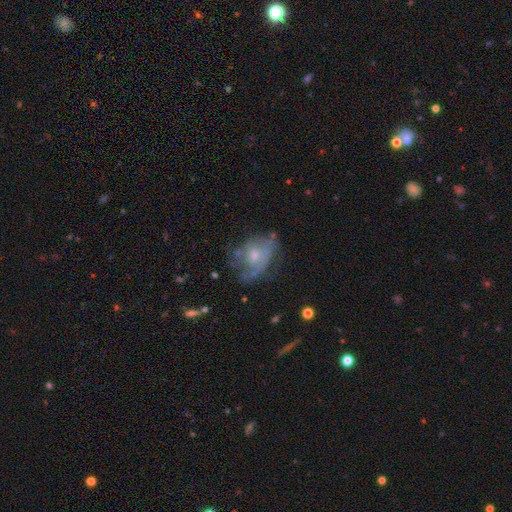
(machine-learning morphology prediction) smooth-or-featured: featured or disk: 61% | smooth: 30% | star or artifact: 9%
  disk-edge-on: no: 97% | yes: 3%
    bar: no: 79% | weak: 19% | strong: 2%
    has-spiral-arms: yes: 60% | no: 40%
    bulge-size: small: 55% | moderate: 36% | none: 5% | large: 2% | dominant: 1%
  merging: none: 41% | major disturbance: 28% | minor disturbance: 27% | merger: 3%